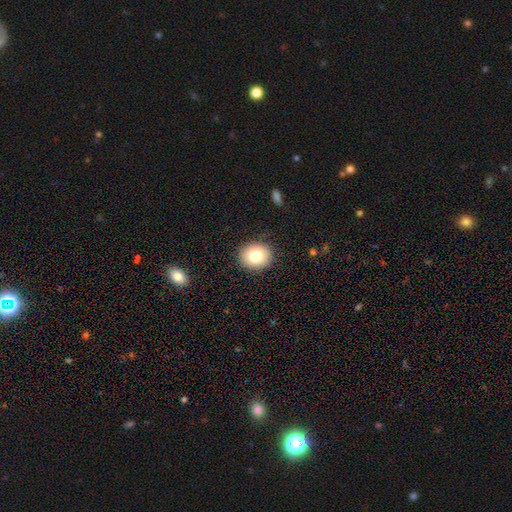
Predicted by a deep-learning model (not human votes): Smooth or featured? Predicted: smooth (p=0.78). How rounded? Predicted: round (p=0.69). Merging? Predicted: none (p=0.89).